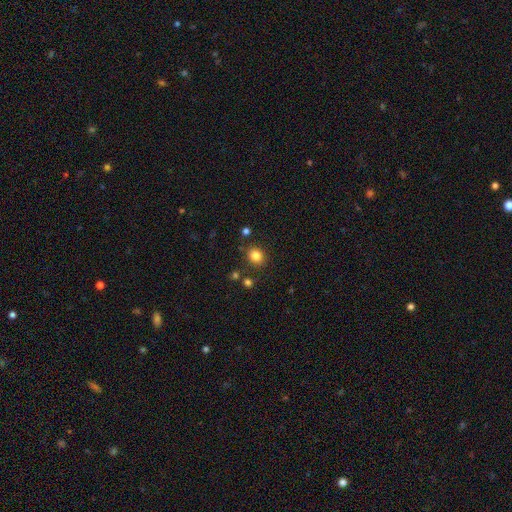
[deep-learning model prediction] The model was most divided on "how rounded": round: 71%, in between: 28%, cigar-shaped: 1%. More confident: merging — none (83%); smooth or featured — smooth (83%).